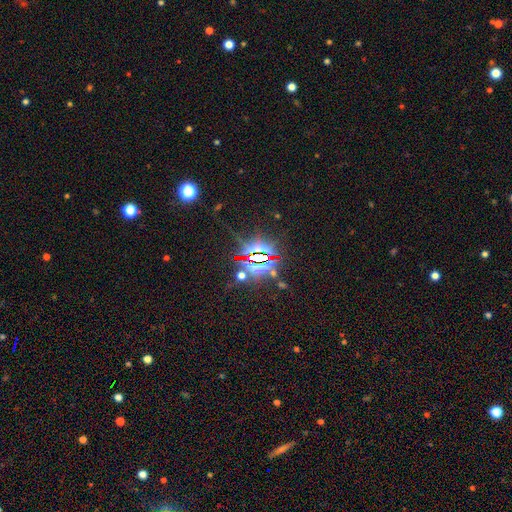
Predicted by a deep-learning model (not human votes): smooth_or_featured: star or artifact (p=0.81) [alt: smooth p=0.10]